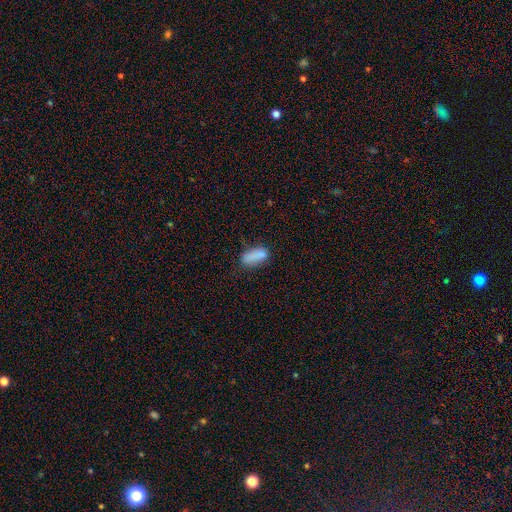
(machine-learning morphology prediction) Overall: smooth (81%). How rounded: in between (75%). Merging: none (56%; minor disturbance 27%).